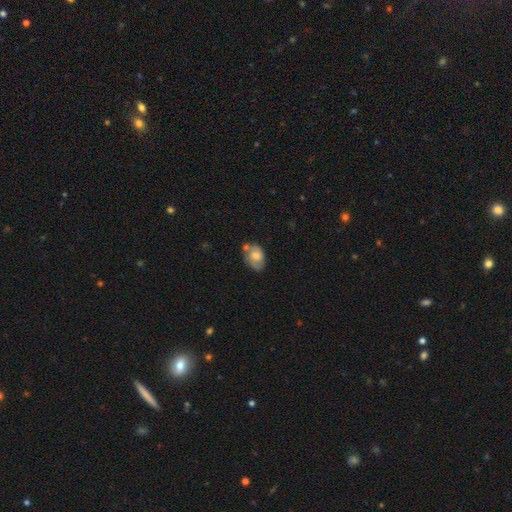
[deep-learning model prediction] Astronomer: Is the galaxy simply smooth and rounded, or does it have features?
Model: smooth — 55% (runner-up: featured or disk, 38%).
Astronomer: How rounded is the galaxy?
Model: in between — 81%.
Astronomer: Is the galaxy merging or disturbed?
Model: none — 49% (runner-up: minor disturbance, 24%).